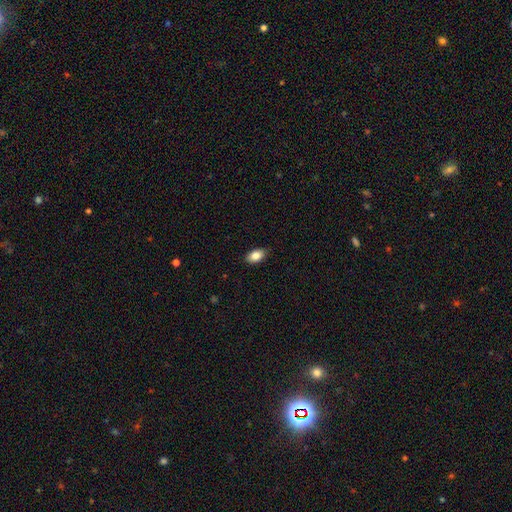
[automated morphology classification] A smooth galaxy with no disk features (85%) that is in between round and cigar-shaped (91%). Merging: none (88%).